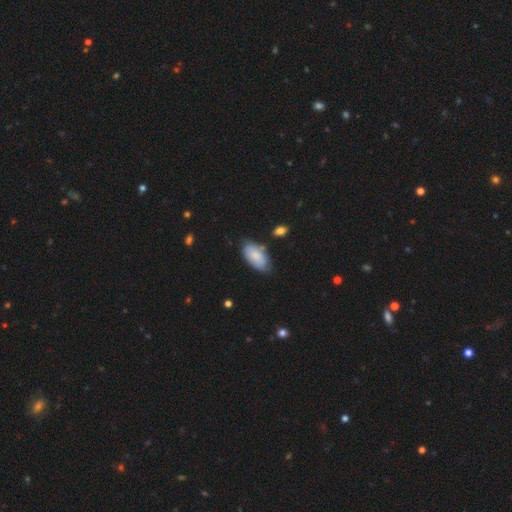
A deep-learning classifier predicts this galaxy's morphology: Overall: smooth (77%). How rounded: in between (95%). Merging: none (66%).